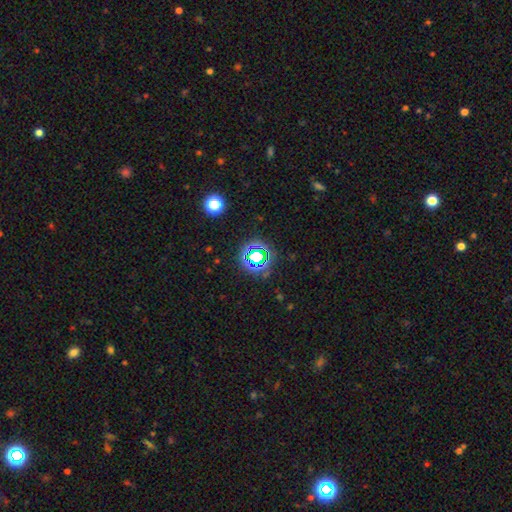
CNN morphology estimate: smooth_or_featured: star or artifact (p=0.67) [alt: smooth p=0.23]